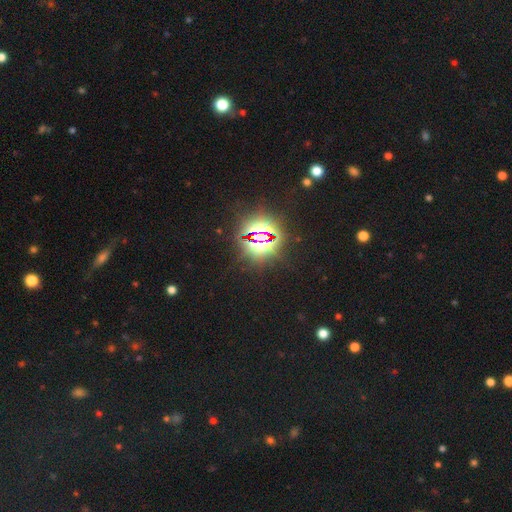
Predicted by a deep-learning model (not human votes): The model was most divided on "smooth or featured": star or artifact: 75%, smooth: 19%, featured or disk: 6%.